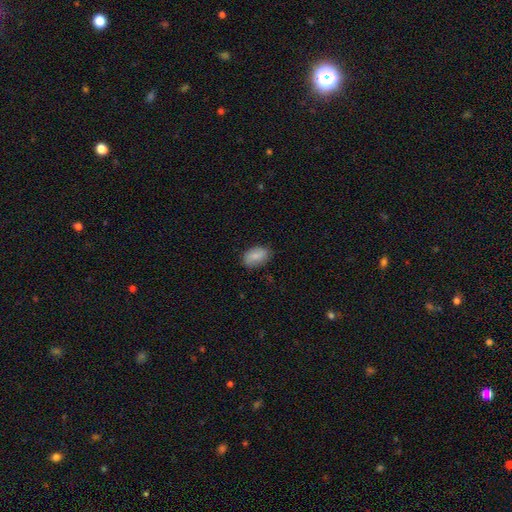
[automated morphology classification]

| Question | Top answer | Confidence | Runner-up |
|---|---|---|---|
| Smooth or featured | smooth | 81% | featured or disk (12%) |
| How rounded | in between | 90% | round (8%) |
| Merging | none | 81% | minor disturbance (15%) |